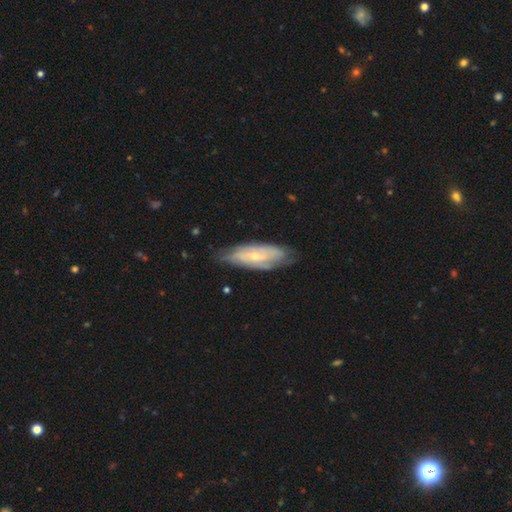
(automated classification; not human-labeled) The model was most divided on "smooth or featured": featured or disk: 63%, smooth: 31%, star or artifact: 6%. More confident: edge-on disk — no (78%); merging — none (71%).